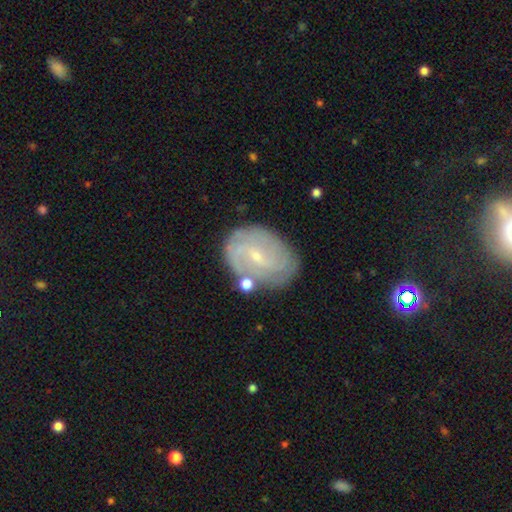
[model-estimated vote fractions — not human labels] Overall: featured or disk (74%). Edge-on disk: no (97%). Bar: weak (49%; no 37%). Spiral arms: yes (86%). Spiral arm count: can't tell (42%; 2 28%). Spiral winding: tight (52%; medium 33%). Bulge size: small (82%). Merging: none (71%).